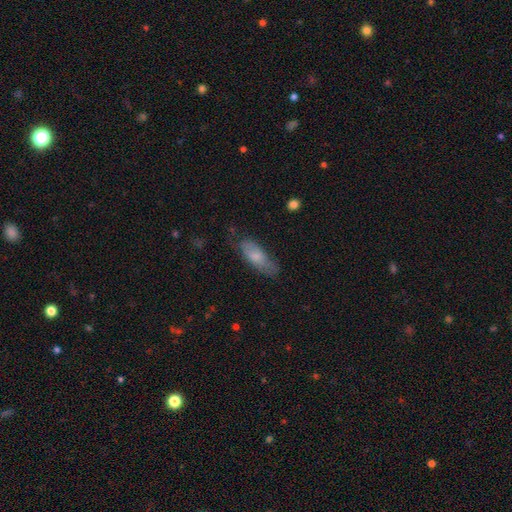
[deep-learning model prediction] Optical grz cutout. It shows a smooth galaxy with no disk features (69%) that is in between round and cigar-shaped (69%). Merging: none (64%).